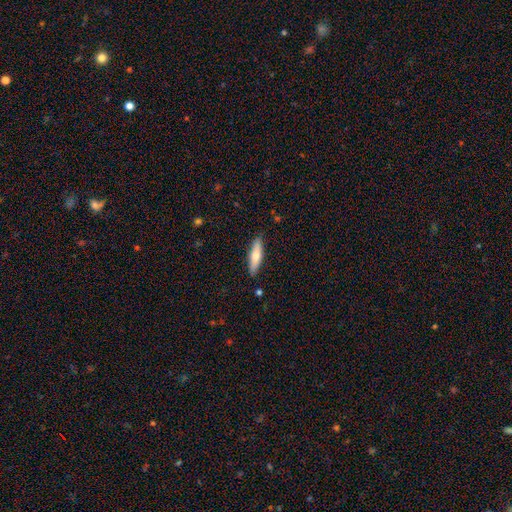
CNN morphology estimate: This appears to be a smooth galaxy with no disk features (61%) that is cigar-shaped (66%). Merging: none (88%).